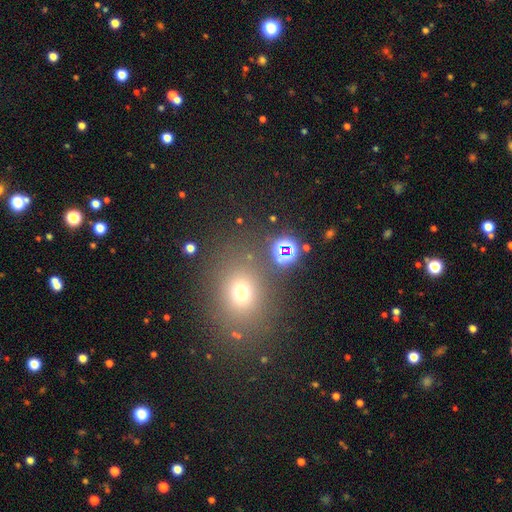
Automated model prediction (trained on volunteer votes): Q: Smooth or featured?
A: smooth (55%); runner-up: star or artifact (35%)
Q: How rounded?
A: round (55%); runner-up: in between (43%)
Q: Merging?
A: none (80%); runner-up: minor disturbance (9%)